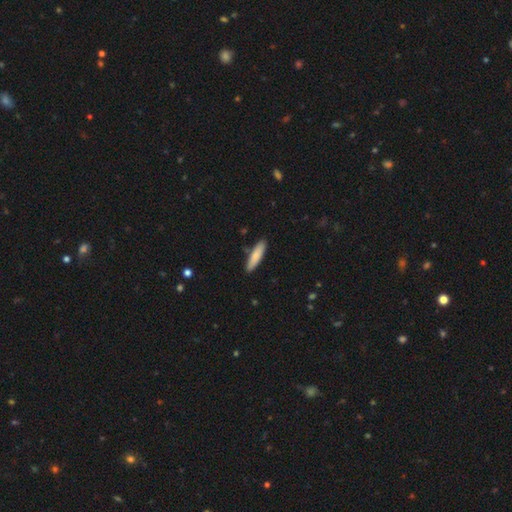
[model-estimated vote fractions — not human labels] smooth_or_featured: smooth (p=0.83) [alt: featured or disk p=0.11]
how_rounded: cigar-shaped (p=0.73) [alt: in between p=0.26]
merging: none (p=0.87) [alt: minor disturbance p=0.09]